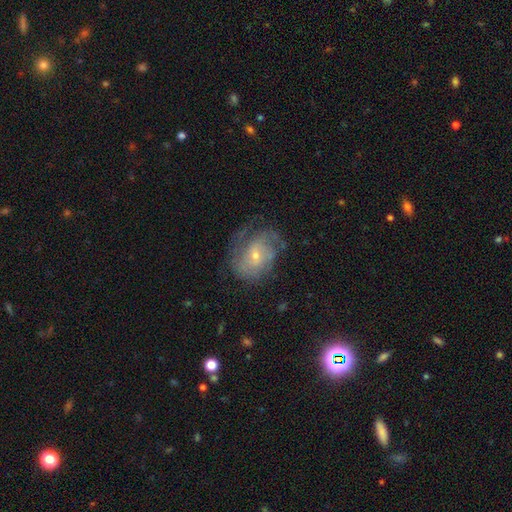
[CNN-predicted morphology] The model was most divided on "spiral winding": tight: 41%, medium: 40%, loose: 19%. Remaining: edge-on disk — no (97%); spiral arms — yes (85%); smooth or featured — featured or disk (70%); bulge size — small (67%); bar — no (61%); merging — none (55%); spiral arm count — can't tell (40%).